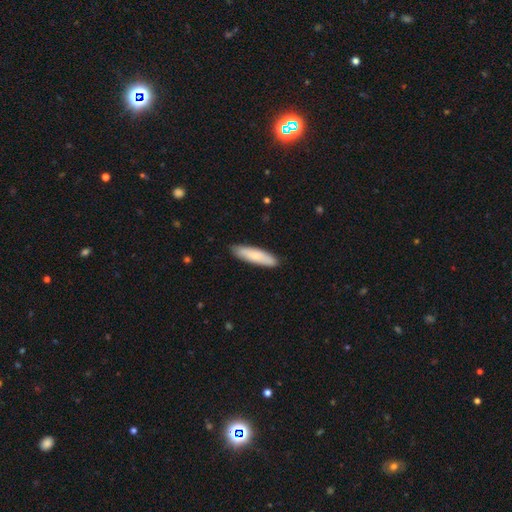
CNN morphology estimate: Overall: smooth (77%). How rounded: cigar-shaped (72%). Merging: none (88%).